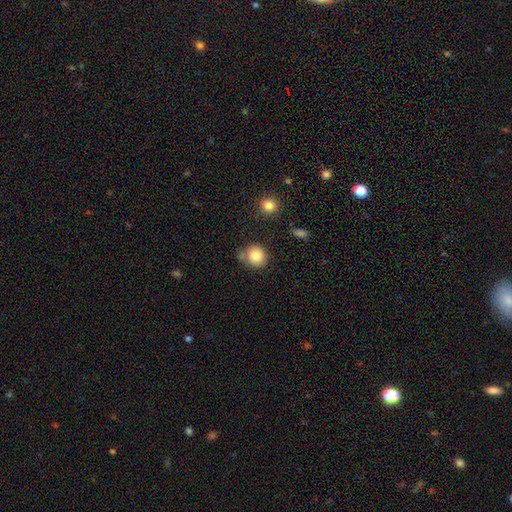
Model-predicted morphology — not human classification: Overall: smooth (84%). How rounded: round (83%). Merging: none (59%; minor disturbance 22%).